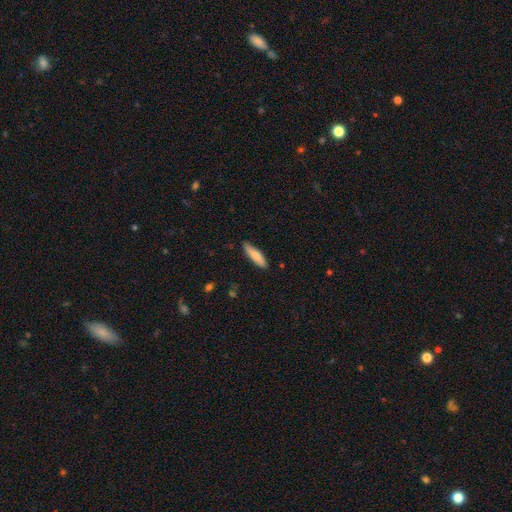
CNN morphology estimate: Smooth or featured? smooth (79%)
How rounded? cigar-shaped (76%)
Merging? none (87%)